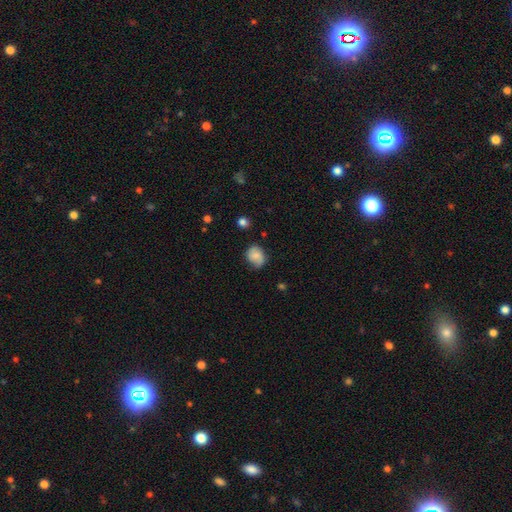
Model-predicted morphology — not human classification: Smooth or featured? smooth (65%)
How rounded? round (52%)
Merging? none (61%)